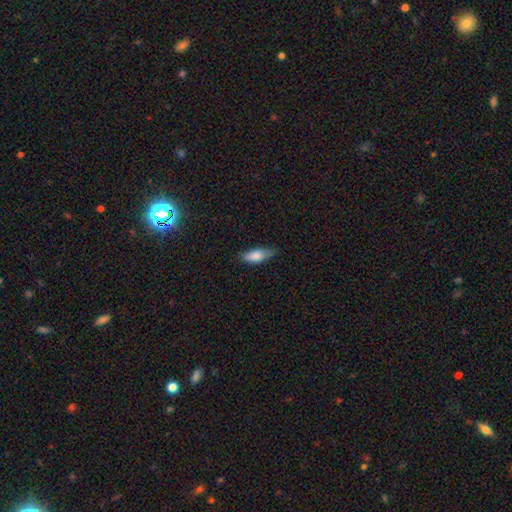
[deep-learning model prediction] This is clearly a smooth galaxy (80%). How rounded: likely in between (70%). Merging: likely none (69%).